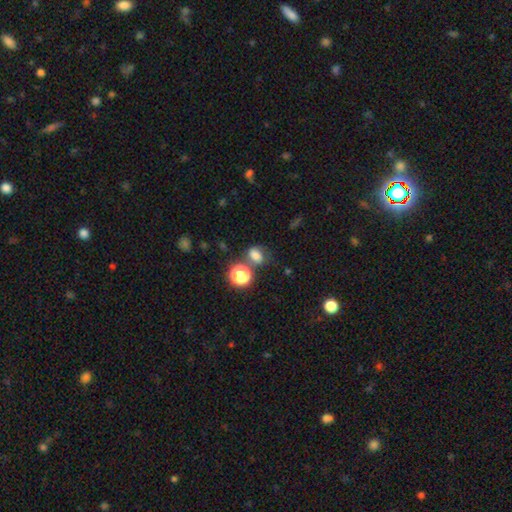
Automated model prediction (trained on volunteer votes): This is likely a smooth galaxy (74%). How rounded: possibly in between (60%). Merging: possibly none (59%).